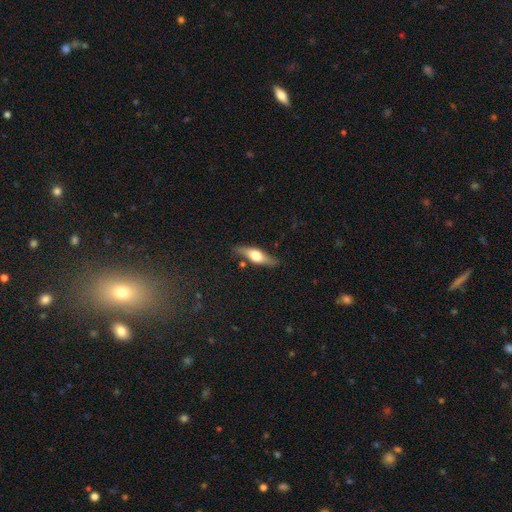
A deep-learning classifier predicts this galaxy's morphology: Smooth or featured? Predicted: featured or disk (p=0.55). Edge-on disk? Predicted: yes (p=0.91). Edge-on bulge? Predicted: rounded (p=0.92). Merging? Predicted: none (p=0.81).